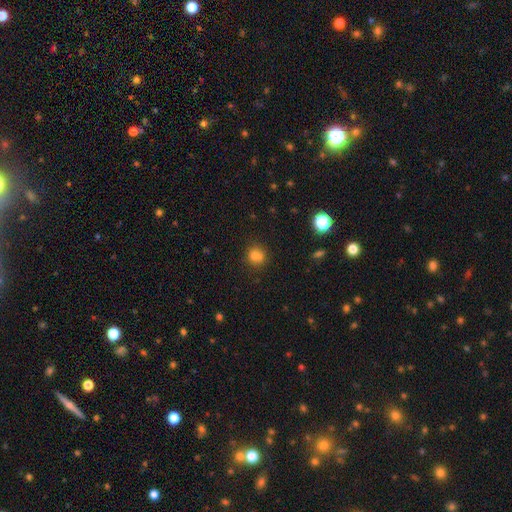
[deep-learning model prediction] Morphology: type=smooth (72%); roundness=round (82%); merging=none (54%).